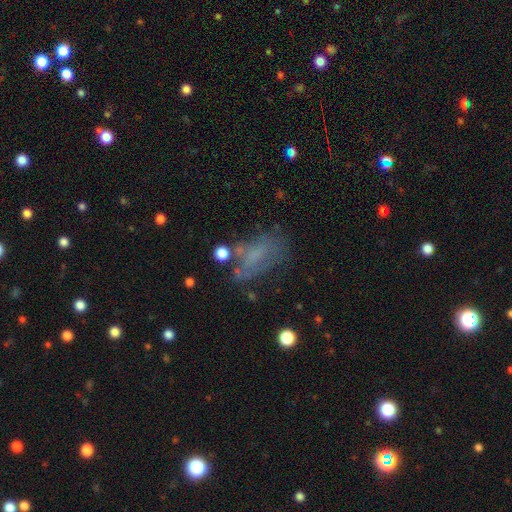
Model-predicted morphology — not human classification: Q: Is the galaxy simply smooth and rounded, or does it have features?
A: smooth — 49%.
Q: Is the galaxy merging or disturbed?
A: none — 46%.